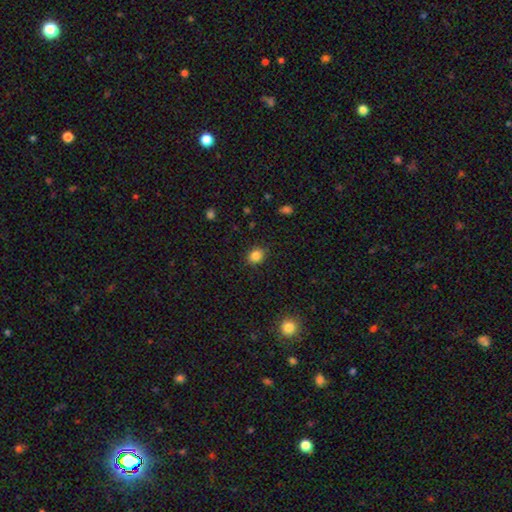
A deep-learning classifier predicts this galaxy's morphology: Q: Smooth or featured?
A: smooth (84%); runner-up: star or artifact (11%)
Q: How rounded?
A: round (64%); runner-up: in between (35%)
Q: Merging?
A: none (88%); runner-up: minor disturbance (9%)